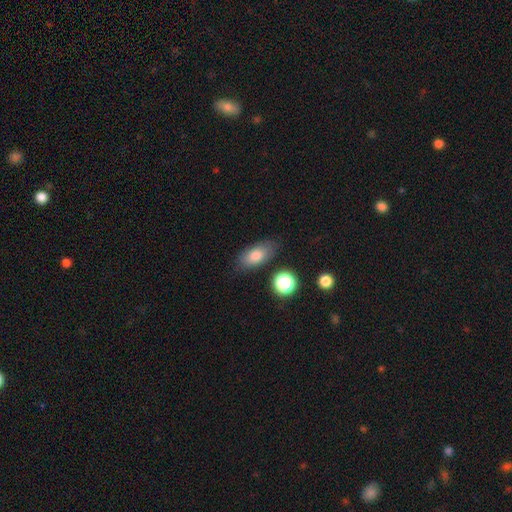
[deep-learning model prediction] Q: Smooth or featured?
A: smooth (79%); runner-up: featured or disk (12%)
Q: How rounded?
A: in between (87%); runner-up: round (7%)
Q: Merging?
A: none (78%); runner-up: minor disturbance (15%)